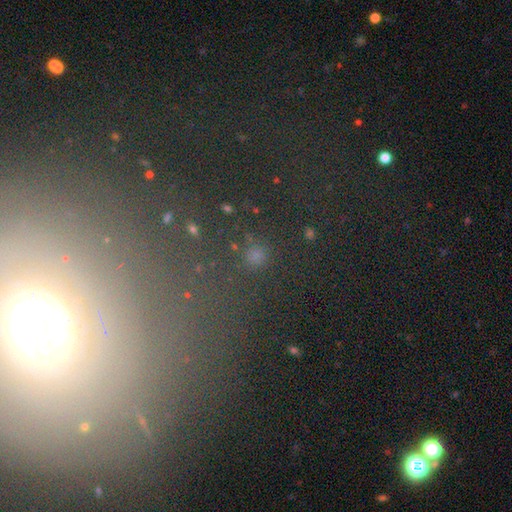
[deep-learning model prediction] Smooth or featured?
  - smooth: 60% *
  - star or artifact: 31%
  - featured or disk: 8%
How rounded?
  - round: 88% *
  - in between: 10%
  - cigar-shaped: 2%
Merging?
  - none: 74% *
  - minor disturbance: 12%
  - major disturbance: 7%
  - merger: 7%